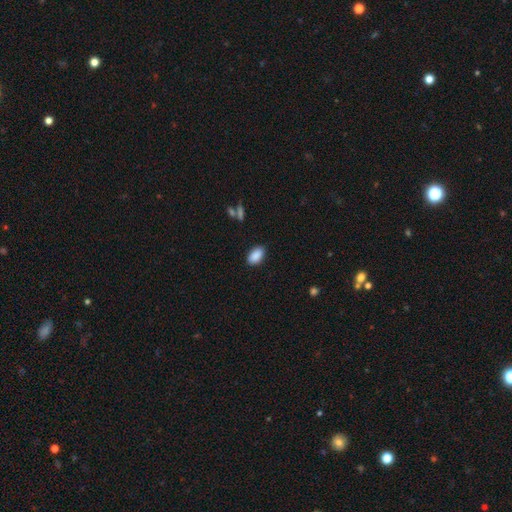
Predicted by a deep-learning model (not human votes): Overall: smooth (89%). How rounded: in between (92%). Merging: none (86%).